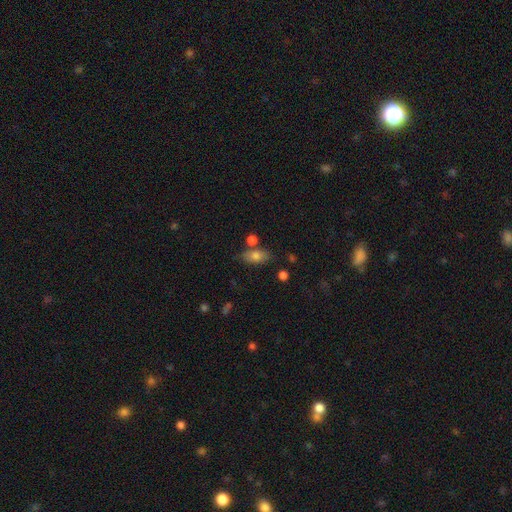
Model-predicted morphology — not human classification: Smooth or featured? Predicted: smooth (p=0.77). How rounded? Predicted: in between (p=0.85). Merging? Predicted: none (p=0.68).